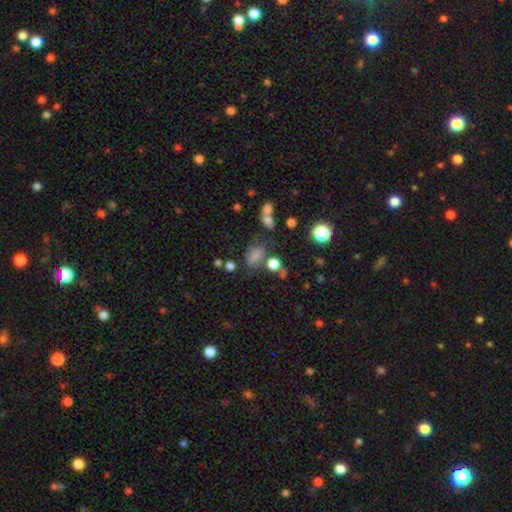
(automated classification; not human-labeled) A smooth galaxy with no disk features (72%) that is in between round and cigar-shaped (76%). Merging: none (52%).